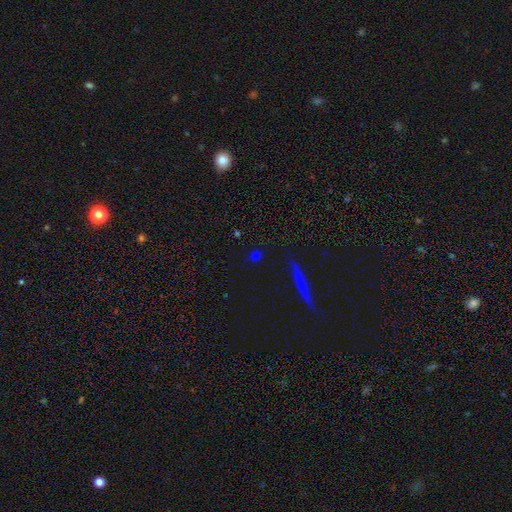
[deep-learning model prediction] smooth-or-featured: smooth: 63% | star or artifact: 28% | featured or disk: 9%
  how-rounded: round: 77% | in between: 15% | cigar-shaped: 8%
  merging: none: 88% | minor disturbance: 7% | merger: 2% | major disturbance: 2%